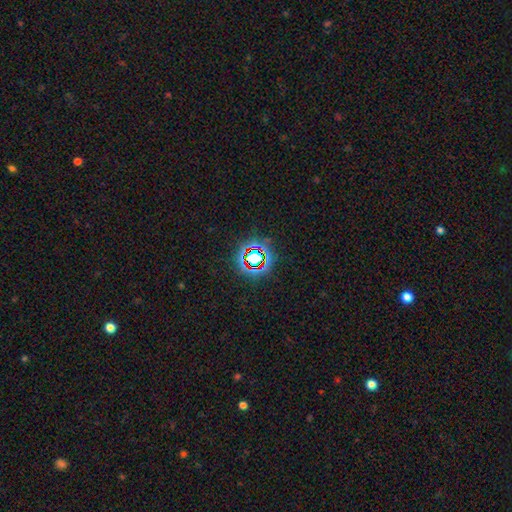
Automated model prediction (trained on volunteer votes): Q: Smooth or featured?
A: star or artifact (72%); runner-up: smooth (18%)